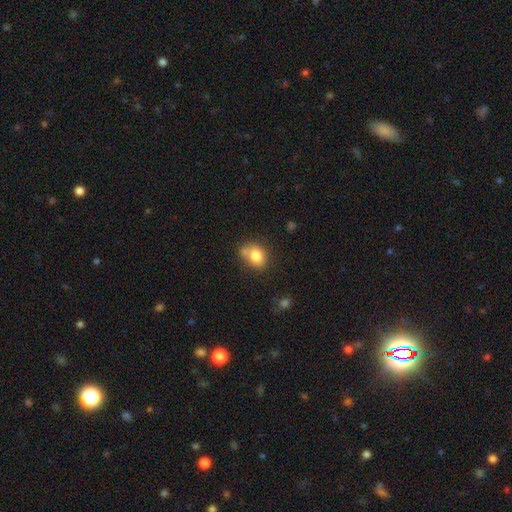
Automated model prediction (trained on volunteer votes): A smooth galaxy with no disk features (80%) that is in between round and cigar-shaped (55%). Merging: none (51%).